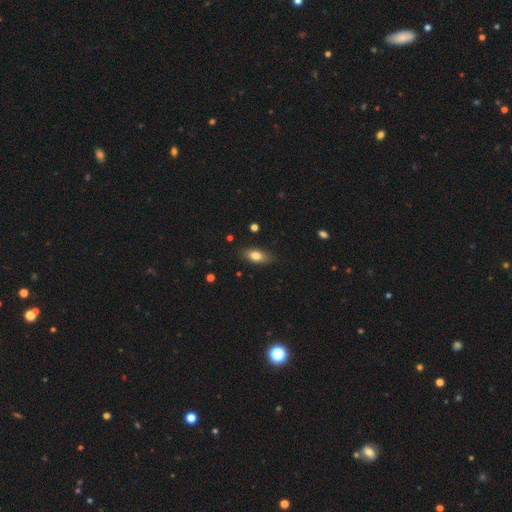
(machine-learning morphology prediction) This appears to be a smooth galaxy with no disk features (80%) that is in between round and cigar-shaped (86%). Merging: none (83%).